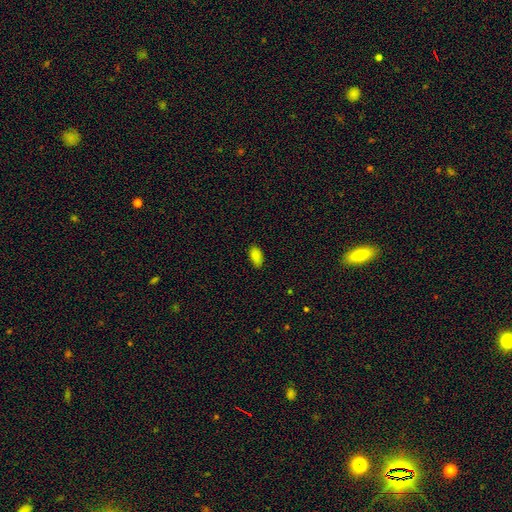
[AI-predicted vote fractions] Smooth or featured? smooth (86%)
How rounded? in between (93%)
Merging? none (85%)